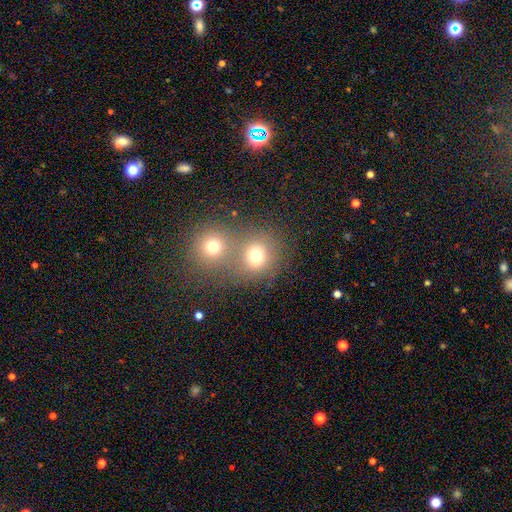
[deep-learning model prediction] Morphology: type=smooth (74%); roundness=round (82%); merging=merger (53%).